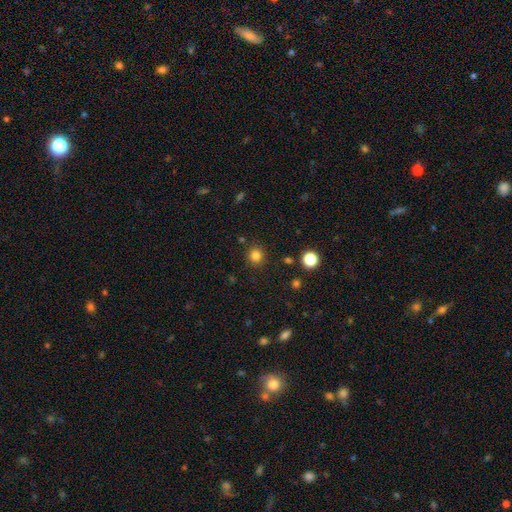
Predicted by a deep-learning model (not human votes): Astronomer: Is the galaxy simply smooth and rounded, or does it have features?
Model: smooth — 82%.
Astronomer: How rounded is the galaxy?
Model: round — 92%.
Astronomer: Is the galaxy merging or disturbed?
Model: none — 89%.